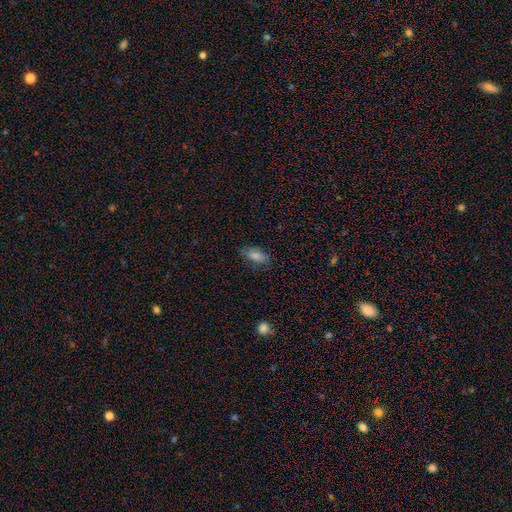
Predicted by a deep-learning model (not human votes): Q: Smooth or featured?
A: smooth (73%); runner-up: featured or disk (16%)
Q: How rounded?
A: in between (81%); runner-up: cigar-shaped (14%)
Q: Merging?
A: none (79%); runner-up: minor disturbance (17%)